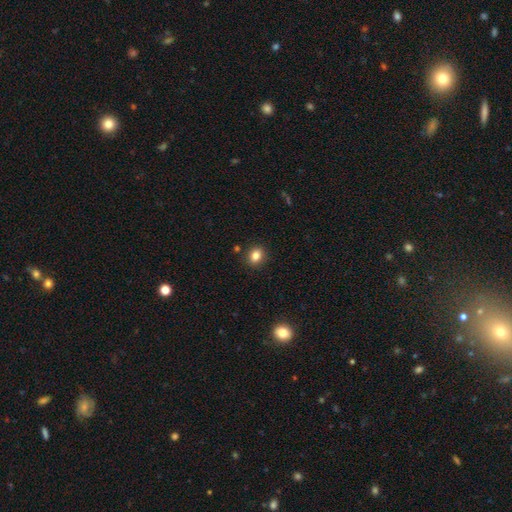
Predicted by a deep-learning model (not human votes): Q: Smooth or featured?
A: smooth (83%); runner-up: star or artifact (11%)
Q: How rounded?
A: round (66%); runner-up: in between (33%)
Q: Merging?
A: none (89%); runner-up: minor disturbance (7%)